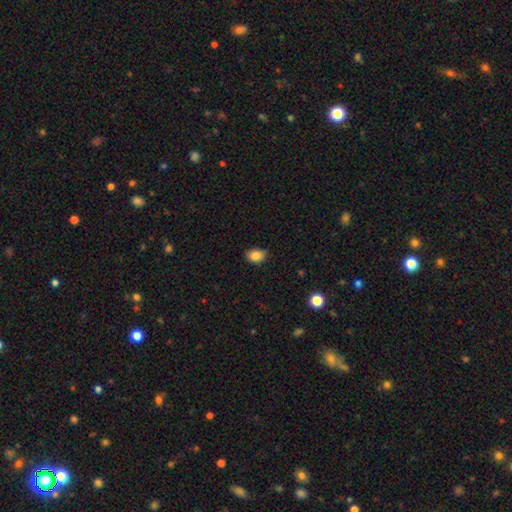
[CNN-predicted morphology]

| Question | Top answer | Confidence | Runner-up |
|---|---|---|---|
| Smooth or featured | smooth | 86% | star or artifact (9%) |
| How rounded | in between | 69% | round (30%) |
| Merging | none | 80% | minor disturbance (16%) |